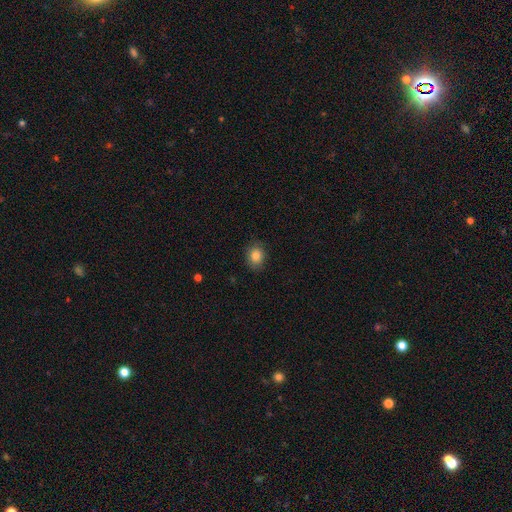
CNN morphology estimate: smooth 84%, star or artifact 10%, featured or disk 6%. Down the decision tree: how rounded — round (55%); merging — none (86%).